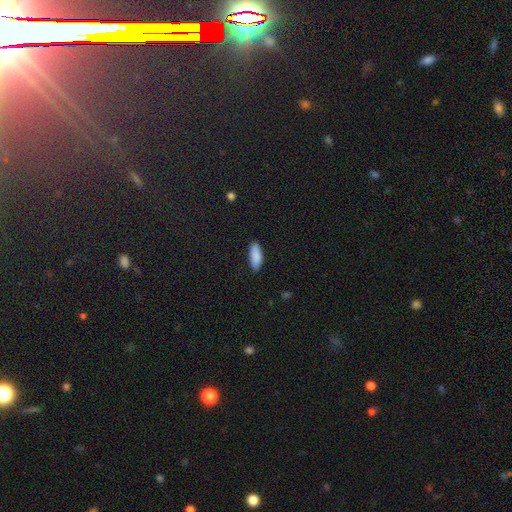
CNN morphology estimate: This appears to be a smooth galaxy with no disk features (88%) that is in between round and cigar-shaped (72%). Merging: none (87%).